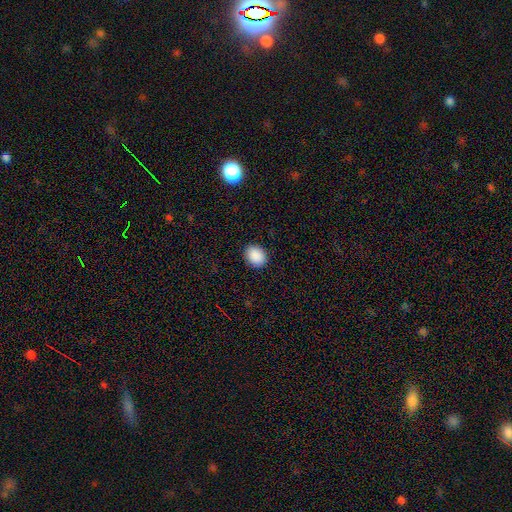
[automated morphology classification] This appears to be a smooth galaxy with no disk features (90%) that is in between round and cigar-shaped (52%). Merging: none (90%).